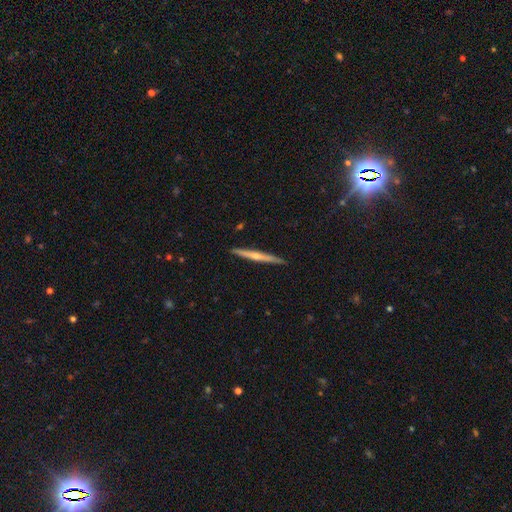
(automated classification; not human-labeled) This is likely a featured or disk galaxy (66%). It is clearly viewed edge-on (96%). Edge-on bulge: likely rounded (76%). Merging: clearly none (89%).